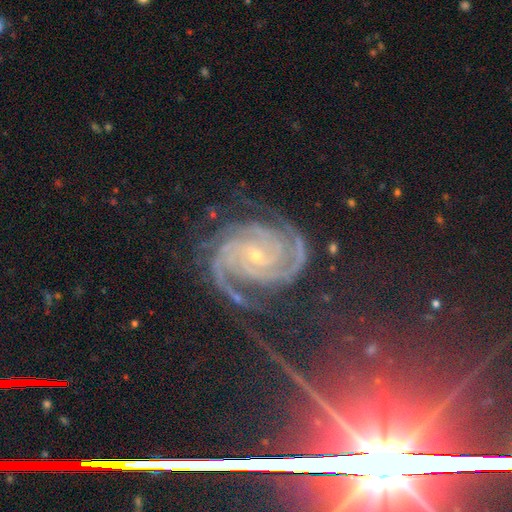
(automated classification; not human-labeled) A featured or disk galaxy (85%) with no bar (65%), 3 (32%) tight (72%) spiral arms (99%) and a small central bulge (81%). Merging: none (75%).